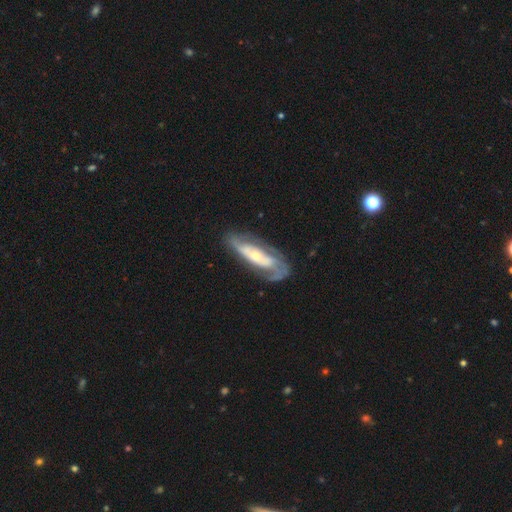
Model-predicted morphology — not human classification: Smooth or featured? featured or disk (78%)
Edge-on disk? no (84%)
Bar? no (57%)
Spiral arms? yes (84%)
Spiral winding? tight (48%)
Spiral arm count? 2 (54%)
Bulge size? small (46%, tied with moderate)
Merging? none (65%)